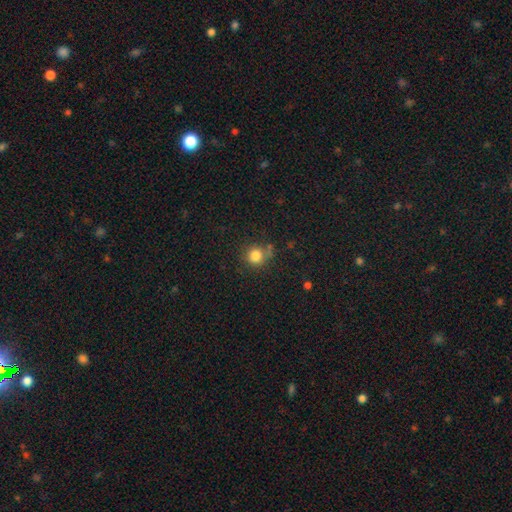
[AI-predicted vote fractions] The model was most divided on "merging": none: 71%, minor disturbance: 16%, merger: 7%, major disturbance: 5%. More confident: how rounded — round (90%); smooth or featured — smooth (82%).